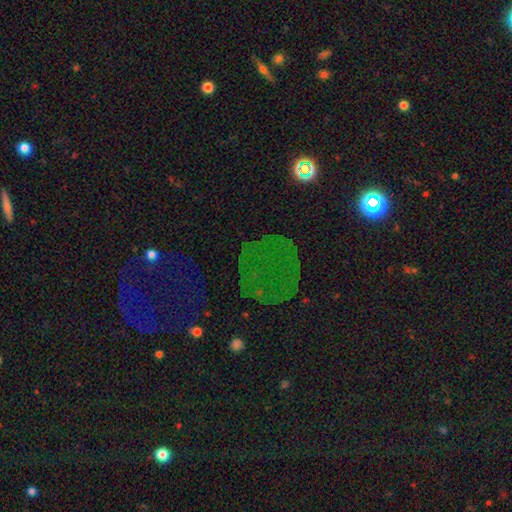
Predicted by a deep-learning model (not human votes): smooth-or-featured: star or artifact: 44% | smooth: 29% | featured or disk: 26%